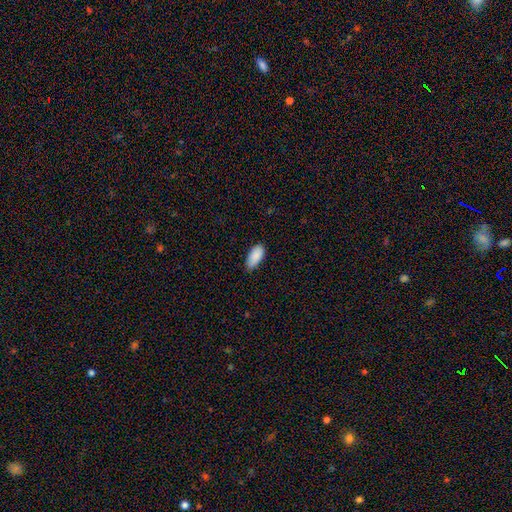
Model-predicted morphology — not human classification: This appears to be a smooth galaxy with no disk features (89%) that is in between round and cigar-shaped (92%). Merging: none (74%).